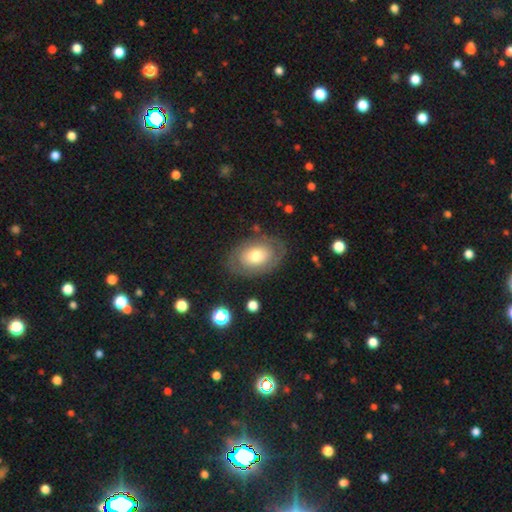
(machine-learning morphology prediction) smooth_or_featured: smooth (p=0.54) [alt: featured or disk p=0.38]
how_rounded: in between (p=0.81) [alt: round p=0.18]
merging: none (p=0.77) [alt: minor disturbance p=0.15]